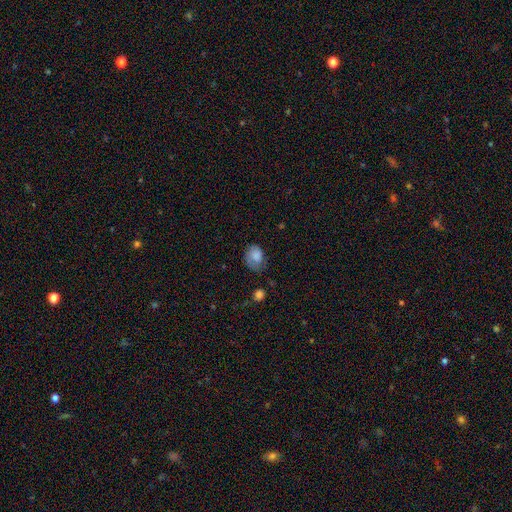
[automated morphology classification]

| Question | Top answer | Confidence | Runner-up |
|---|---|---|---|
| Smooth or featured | smooth | 78% | featured or disk (13%) |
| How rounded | in between | 66% | round (33%) |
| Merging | none | 42% | minor disturbance (36%) |